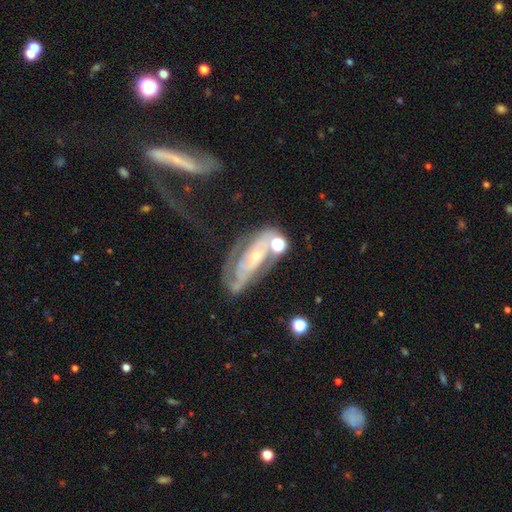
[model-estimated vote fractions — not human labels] A featured or disk galaxy (80%) with no bar (60%), 2 (44%) tight (51%) spiral arms (84%) and a small central bulge (70%).

Vote fractions:
- Smooth or featured? featured or disk: 80% / smooth: 12% / star or artifact: 8%
- Edge-on disk? no: 92% / yes: 8%
- Bar? no: 60% / weak: 26% / strong: 14%
- Spiral arms? yes: 84% / no: 16%
- Spiral winding? tight: 51% / medium: 35% / loose: 14%
- Spiral arm count? 2: 44% / can't tell: 33% / 3: 8% / 1: 8% / 4: 3% / more than 4: 3%
- Bulge size? small: 70% / moderate: 25% / none: 2% / large: 2% / dominant: 1%
- Merging? none: 43% / major disturbance: 23% / minor disturbance: 21% / merger: 13%